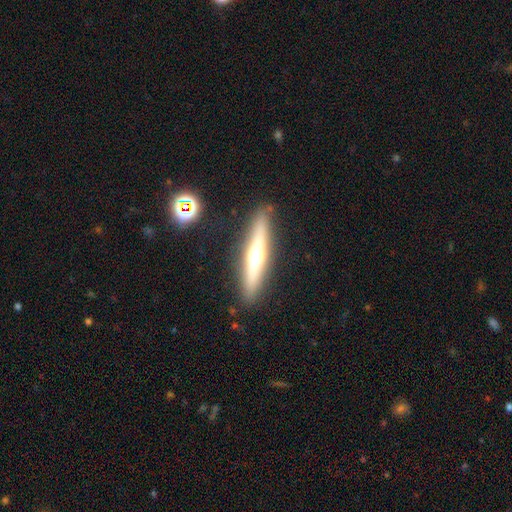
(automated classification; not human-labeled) A featured or disk galaxy (60%) viewed edge-on (94%) with a rounded central bulge (91%).

Vote fractions:
- Smooth or featured? featured or disk: 60% / smooth: 33% / star or artifact: 7%
- Edge-on disk? yes: 94% / no: 6%
- Edge-on bulge? rounded: 91% / none: 6% / boxy: 4%
- Merging? none: 88% / minor disturbance: 8% / major disturbance: 2% / merger: 2%